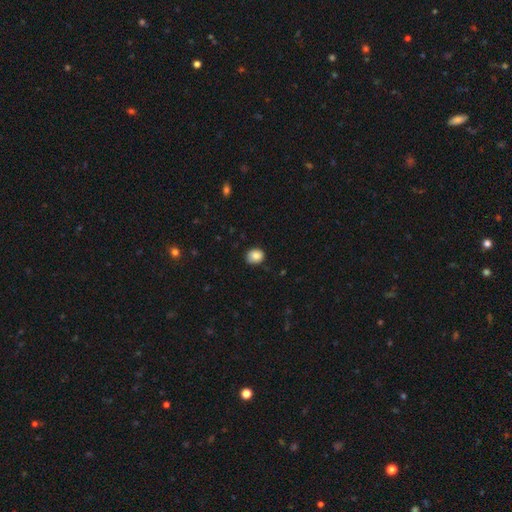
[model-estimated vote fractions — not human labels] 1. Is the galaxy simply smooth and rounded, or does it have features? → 86% smooth, 9% star or artifact, 6% featured or disk.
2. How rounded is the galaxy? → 59% round, 40% in between, 1% cigar-shaped.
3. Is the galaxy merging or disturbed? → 81% none, 16% minor disturbance, 3% major disturbance, 1% merger.